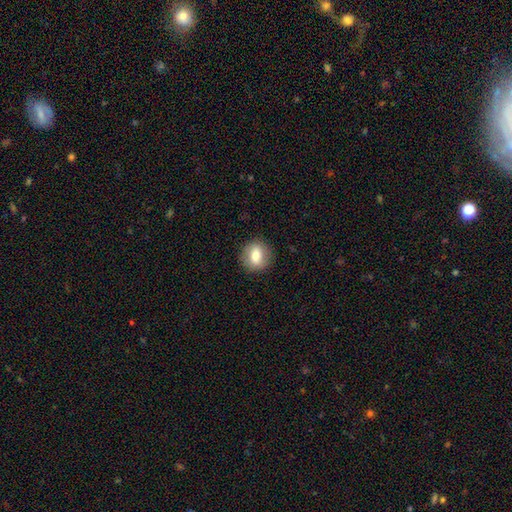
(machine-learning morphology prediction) A smooth galaxy with no disk features (74%) that is round (74%).

Vote fractions:
- Smooth or featured? smooth: 74% / featured or disk: 17% / star or artifact: 9%
- How rounded? round: 74% / in between: 24% / cigar-shaped: 1%
- Merging? none: 88% / minor disturbance: 8% / major disturbance: 3% / merger: 1%